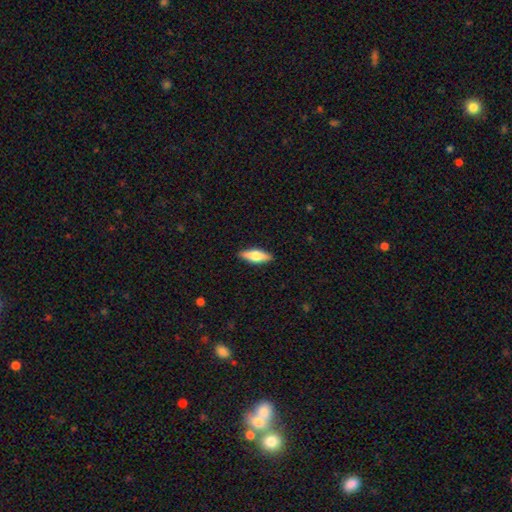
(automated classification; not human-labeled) Morphology: type=smooth (54%); roundness=in between (55%); merging=none (90%).